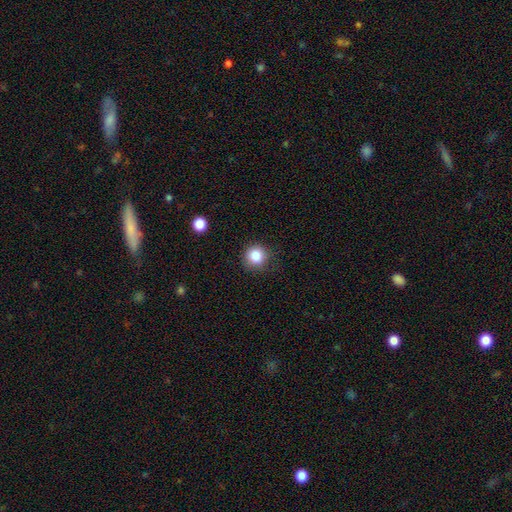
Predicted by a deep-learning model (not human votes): smooth 84%, star or artifact 11%, featured or disk 5%. Down the decision tree: how rounded — round (92%); merging — none (84%).